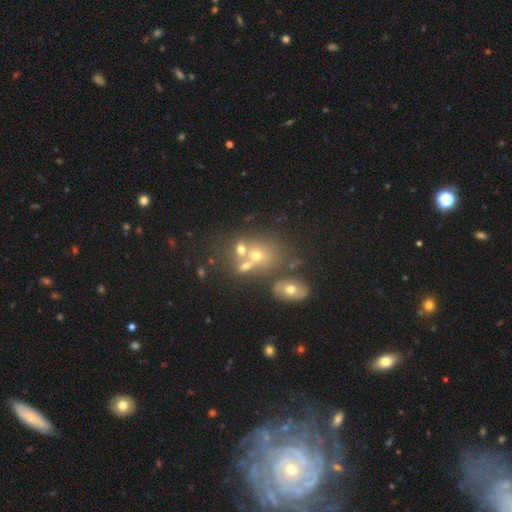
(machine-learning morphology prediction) Smooth or featured? smooth (52%)
How rounded? round (59%)
Merging? merger (43%)